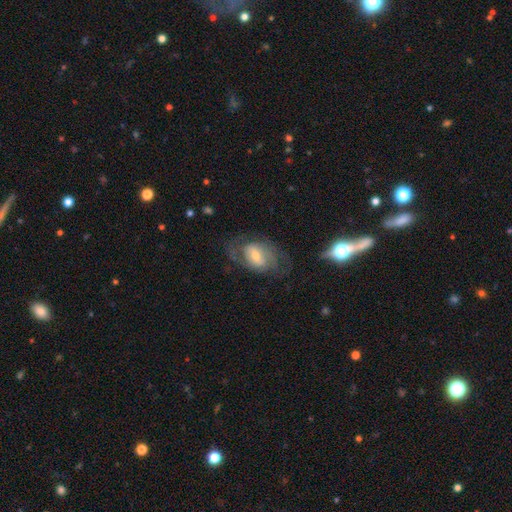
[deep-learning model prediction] A featured or disk galaxy (66%) with a weak bar (43%), spiral arms (78%) and a moderate central bulge (49%). Merging: none (57%).